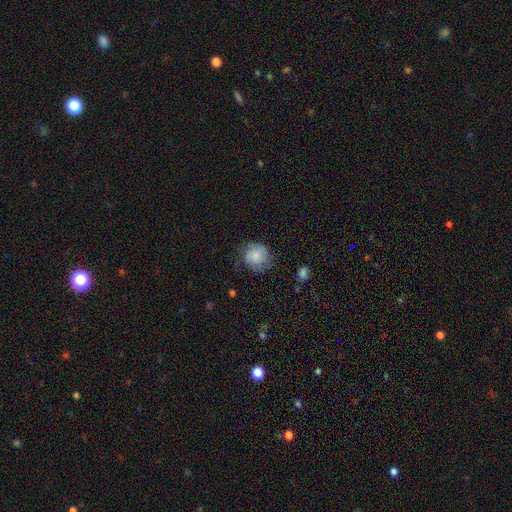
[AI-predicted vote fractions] smooth_or_featured: smooth (p=0.79) [alt: featured or disk p=0.13]
how_rounded: round (p=0.86) [alt: in between p=0.14]
merging: none (p=0.65) [alt: minor disturbance p=0.25]